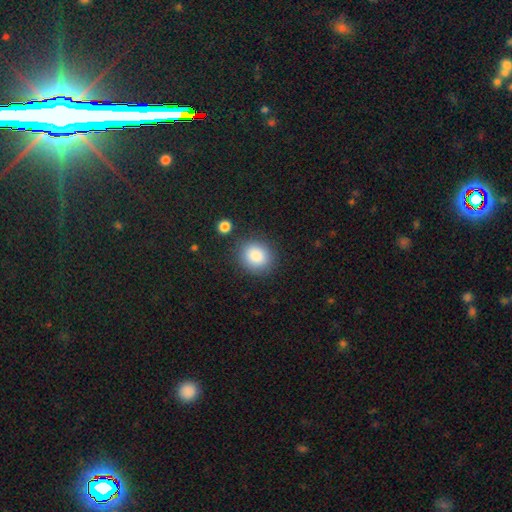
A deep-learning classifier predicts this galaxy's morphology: A smooth galaxy with no disk features (86%) that is round (74%). Merging: none (84%).